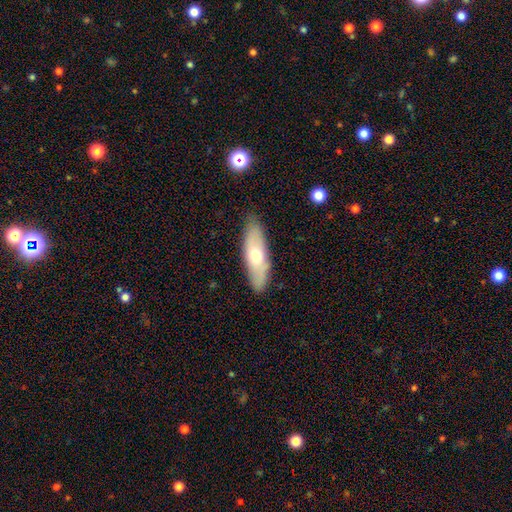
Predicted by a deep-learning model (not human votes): Smooth or featured? smooth (58%)
How rounded? in between (56%)
Merging? none (82%)